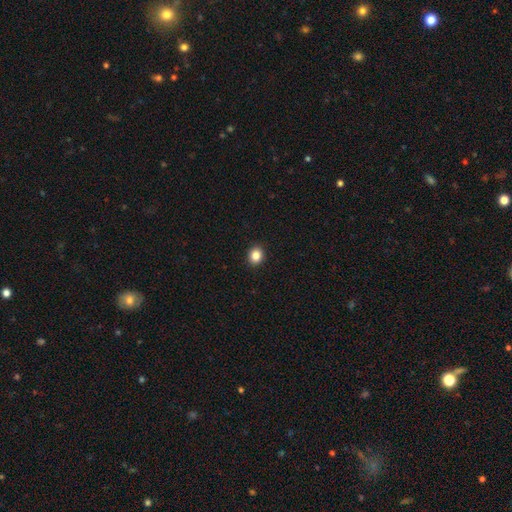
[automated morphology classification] smooth_or_featured: smooth (p=0.86) [alt: star or artifact p=0.10]
how_rounded: round (p=0.76) [alt: in between p=0.23]
merging: none (p=0.93) [alt: minor disturbance p=0.05]